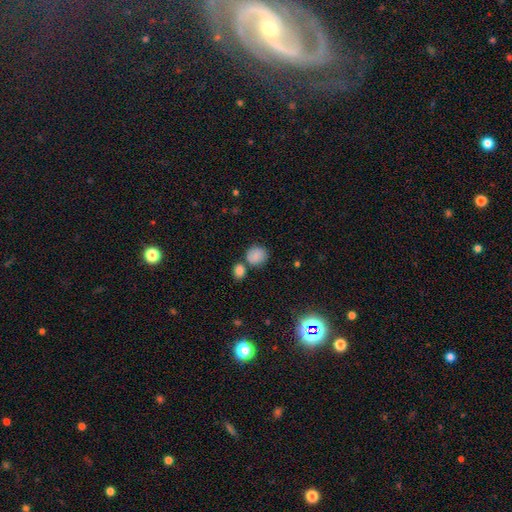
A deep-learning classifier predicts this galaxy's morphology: This is clearly a smooth galaxy (83%). How rounded: clearly round (81%). Merging: likely none (63%).